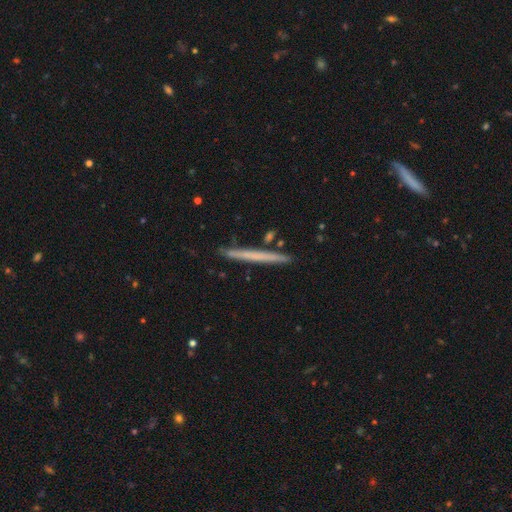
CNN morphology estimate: Smooth or featured? smooth (51%)
How rounded? cigar-shaped (97%)
Merging? none (89%)